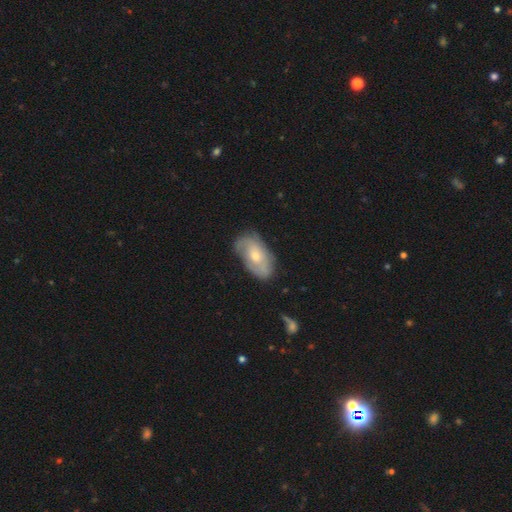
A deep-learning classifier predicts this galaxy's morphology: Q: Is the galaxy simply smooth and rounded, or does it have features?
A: featured or disk — 48%.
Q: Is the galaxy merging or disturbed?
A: none — 66%.